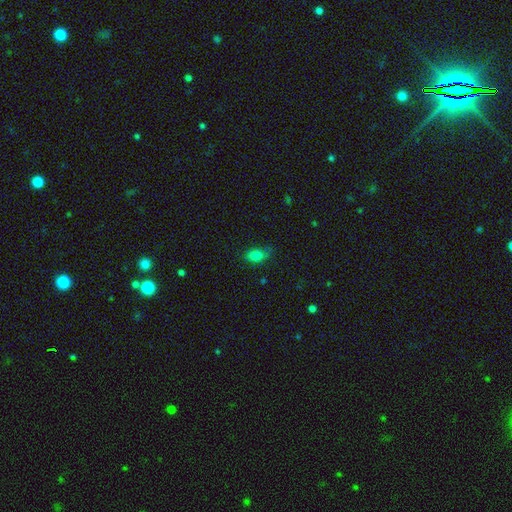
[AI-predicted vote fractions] Overall: smooth (82%). How rounded: in between (84%). Merging: none (60%; minor disturbance 29%).